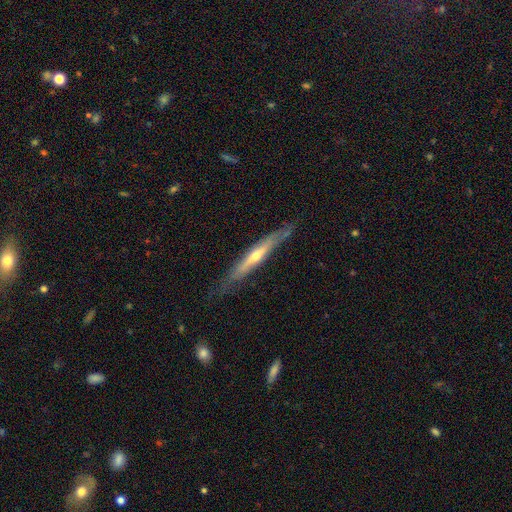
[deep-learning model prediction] Smooth or featured: featured or disk — 68% (smooth — 26%)
Edge-on disk: yes — 86% (no — 14%)
Edge-on bulge: rounded — 72% (none — 25%)
Merging: none — 77% (minor disturbance — 18%)